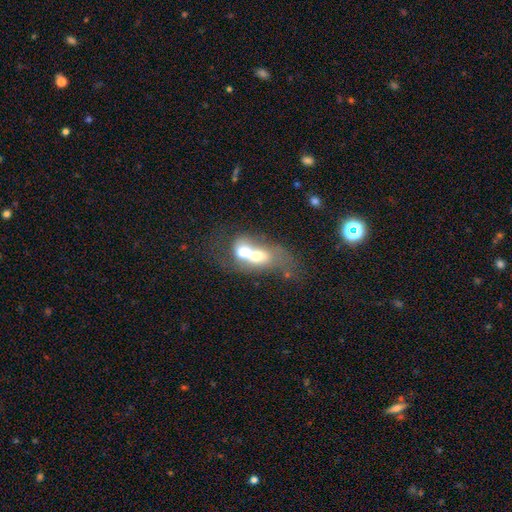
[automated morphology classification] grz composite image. It shows a smooth galaxy with no disk features (50%) that is in between round and cigar-shaped (63%). Merging: merger (80%).